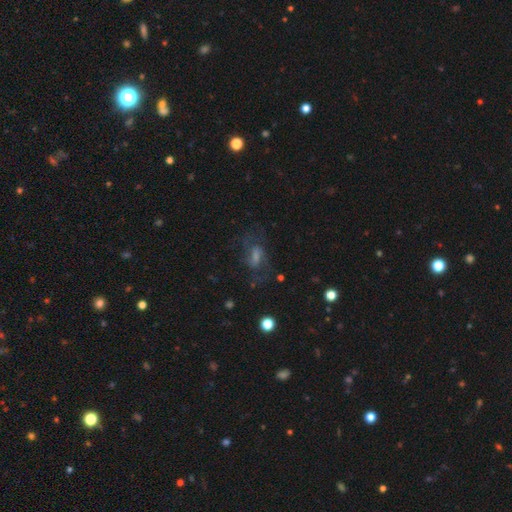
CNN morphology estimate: type=featured or disk (53%); edge-on=no (92%); merging=none (60%).